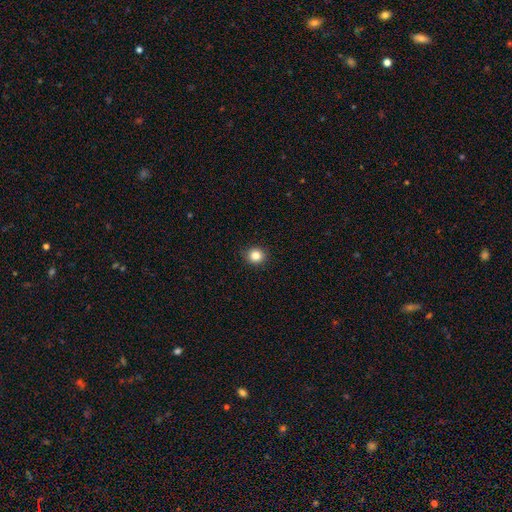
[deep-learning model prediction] smooth 84%, star or artifact 11%, featured or disk 5%. Down the decision tree: how rounded — round (87%); merging — none (91%).